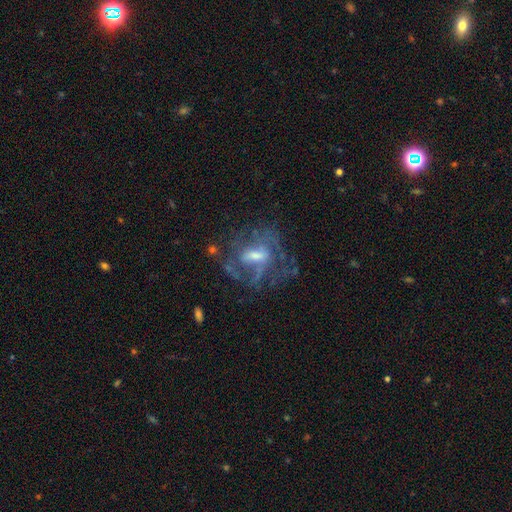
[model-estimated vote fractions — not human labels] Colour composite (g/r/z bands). It shows a featured or disk galaxy (75%) with a weak bar (48%), spiral arms (68%) and a moderate central bulge (48%). Merging: none (51%).